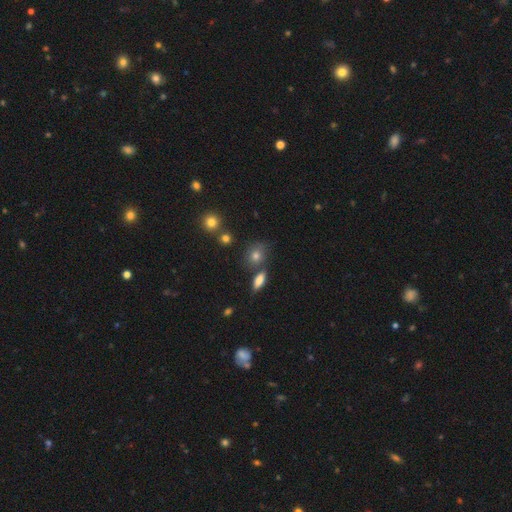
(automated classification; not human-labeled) Smooth or featured?
  - smooth: 78% *
  - star or artifact: 12%
  - featured or disk: 10%
How rounded?
  - round: 56% *
  - in between: 42%
  - cigar-shaped: 3%
Merging?
  - none: 66% *
  - minor disturbance: 16%
  - merger: 14%
  - major disturbance: 5%